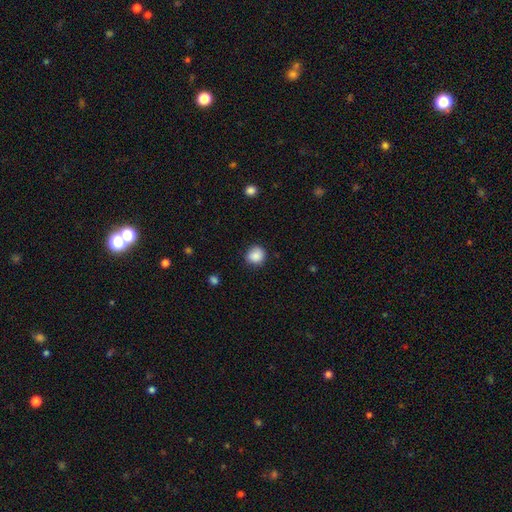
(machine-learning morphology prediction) smooth 88%, star or artifact 9%, featured or disk 4%. Down the decision tree: how rounded — round (83%); merging — none (79%).